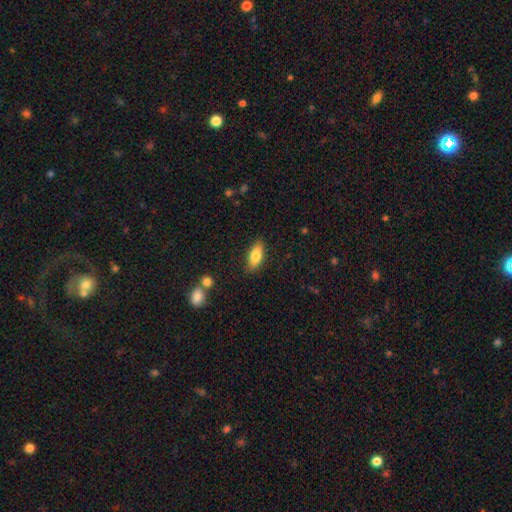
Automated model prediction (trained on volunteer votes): Q: Smooth or featured?
A: smooth (78%); runner-up: featured or disk (15%)
Q: How rounded?
A: in between (79%); runner-up: cigar-shaped (18%)
Q: Merging?
A: none (85%); runner-up: minor disturbance (10%)